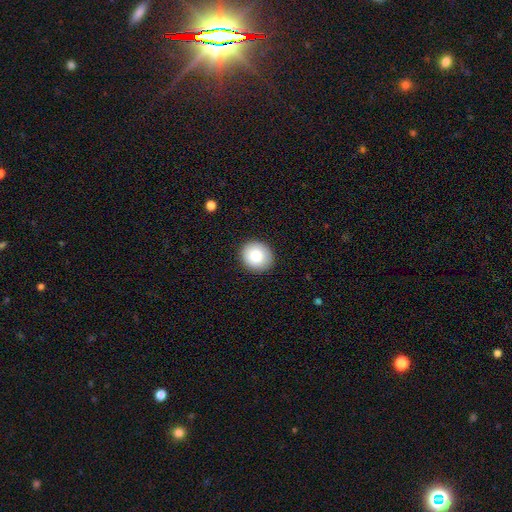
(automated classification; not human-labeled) smooth 85%, star or artifact 8%, featured or disk 7%. Down the decision tree: how rounded — round (84%); merging — none (90%).